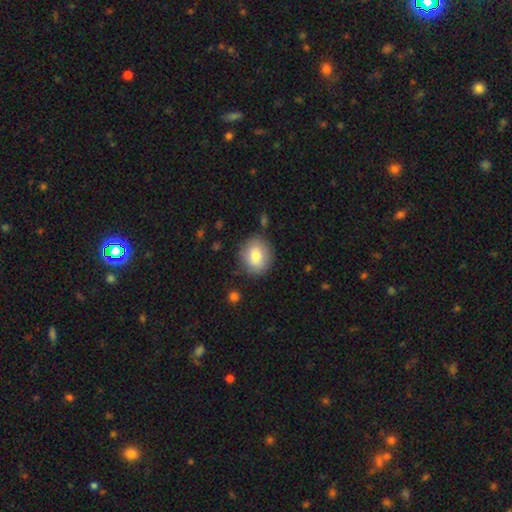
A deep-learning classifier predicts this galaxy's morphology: Smooth or featured? Predicted: smooth (p=0.78). How rounded? Predicted: round (p=0.72). Merging? Predicted: none (p=0.83).